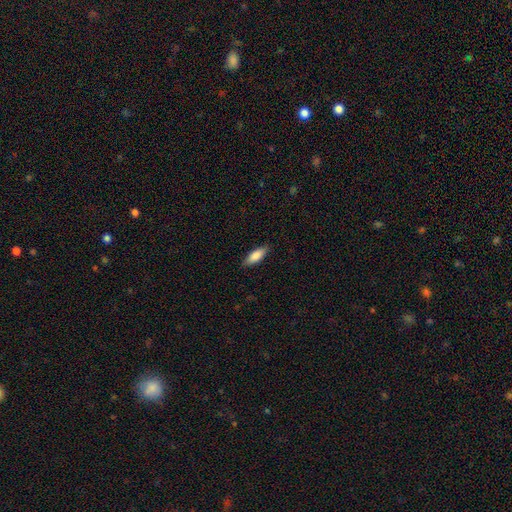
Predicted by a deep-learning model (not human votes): smooth-or-featured: smooth: 81% | featured or disk: 13% | star or artifact: 6%
  how-rounded: in between: 64% | cigar-shaped: 34% | round: 2%
  merging: none: 86% | minor disturbance: 11% | major disturbance: 2% | merger: 1%